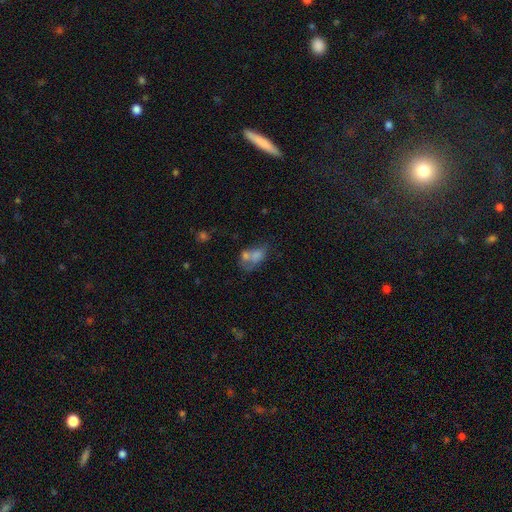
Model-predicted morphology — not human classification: This is possibly a smooth galaxy (57%). How rounded: likely in between (75%). Merging: possibly merger (51%).